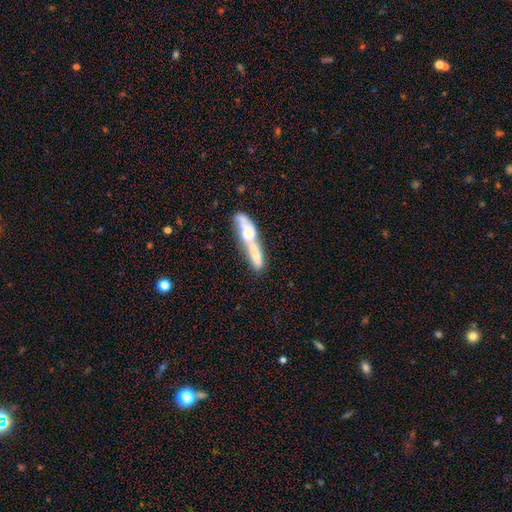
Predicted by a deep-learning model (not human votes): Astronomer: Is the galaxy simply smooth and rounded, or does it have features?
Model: smooth — 52% (runner-up: featured or disk, 40%).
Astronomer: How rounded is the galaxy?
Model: cigar-shaped — 61%.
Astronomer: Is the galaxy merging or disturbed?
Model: merger — 69%.